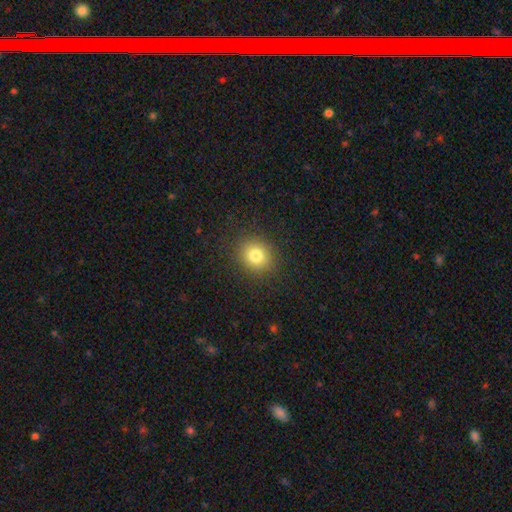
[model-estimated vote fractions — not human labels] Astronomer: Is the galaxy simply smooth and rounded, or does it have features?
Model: smooth — 81%.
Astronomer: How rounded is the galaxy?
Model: round — 75%.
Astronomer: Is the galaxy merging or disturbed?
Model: none — 88%.